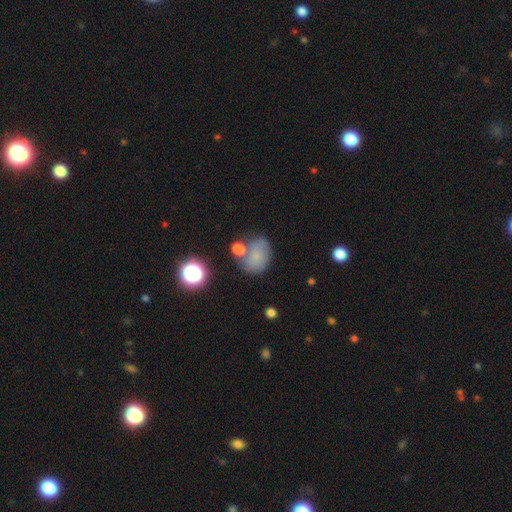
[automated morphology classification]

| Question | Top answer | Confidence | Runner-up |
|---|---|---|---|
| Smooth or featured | smooth | 69% | featured or disk (17%) |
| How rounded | in between | 64% | round (34%) |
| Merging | none | 46% | merger (22%) |